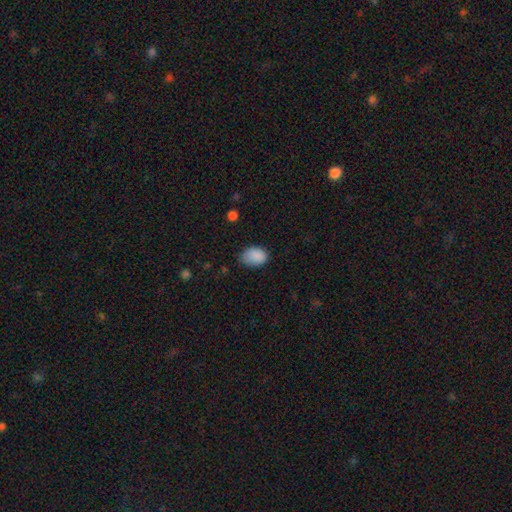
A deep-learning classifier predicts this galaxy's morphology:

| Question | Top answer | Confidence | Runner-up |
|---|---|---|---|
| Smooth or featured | smooth | 88% | star or artifact (8%) |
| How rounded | in between | 81% | round (18%) |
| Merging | none | 65% | minor disturbance (29%) |